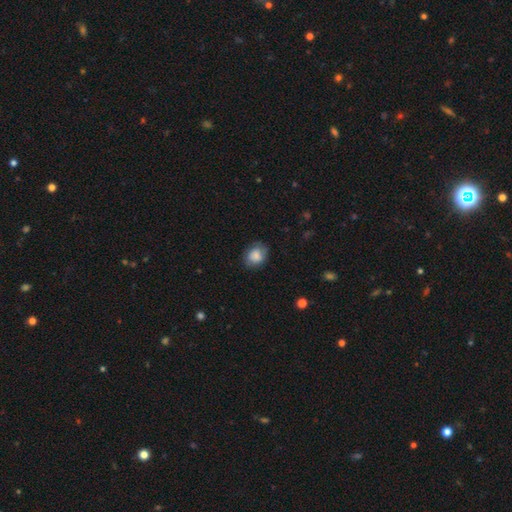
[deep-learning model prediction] smooth 82%, featured or disk 11%, star or artifact 8%. Down the decision tree: how rounded — in between (50%); merging — none (73%).